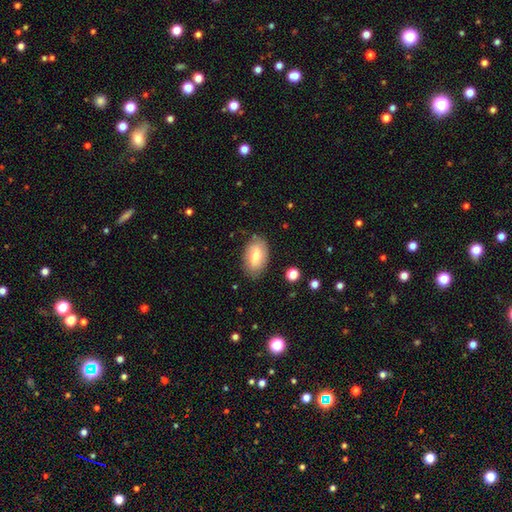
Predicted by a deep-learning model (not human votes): Smooth or featured?
  - smooth: 68% *
  - featured or disk: 25%
  - star or artifact: 7%
How rounded?
  - in between: 93% *
  - round: 5%
  - cigar-shaped: 2%
Merging?
  - none: 80% *
  - minor disturbance: 16%
  - major disturbance: 3%
  - merger: 1%